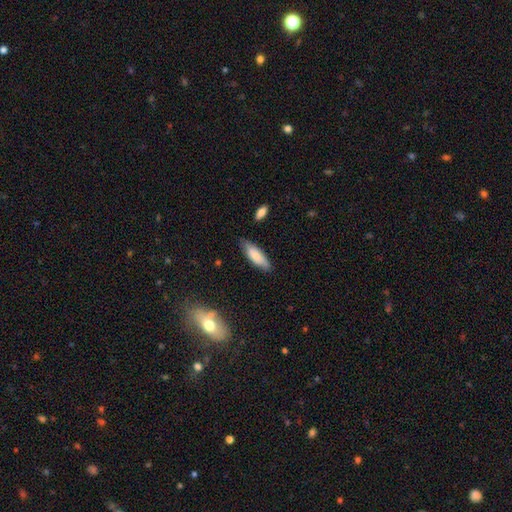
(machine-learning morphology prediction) type=smooth (78%); roundness=in between (57%); merging=none (77%).